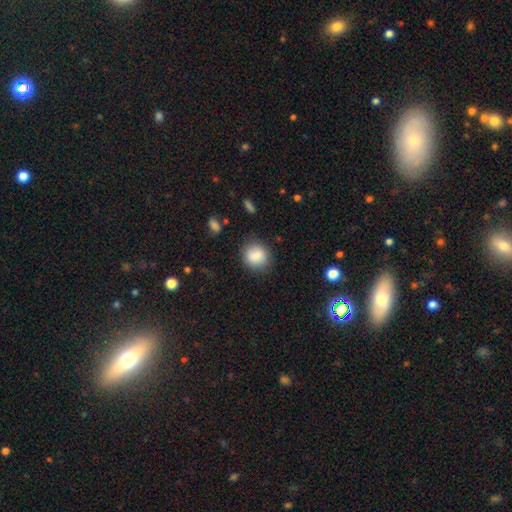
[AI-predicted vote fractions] The model was most divided on "how rounded": round: 76%, in between: 23%, cigar-shaped: 1%. More confident: smooth or featured — smooth (87%); merging — none (83%).